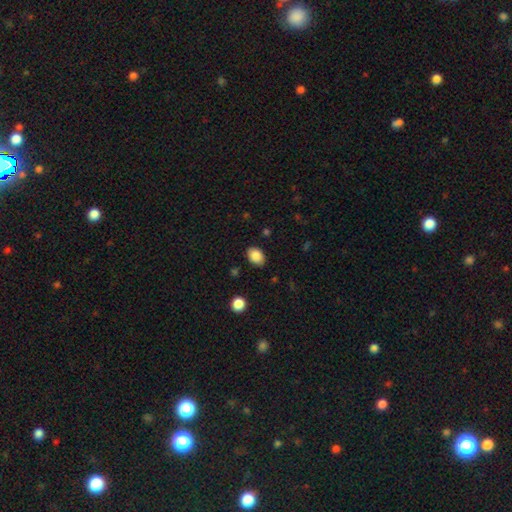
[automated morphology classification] Smooth or featured? smooth (88%)
How rounded? in between (74%)
Merging? none (86%)